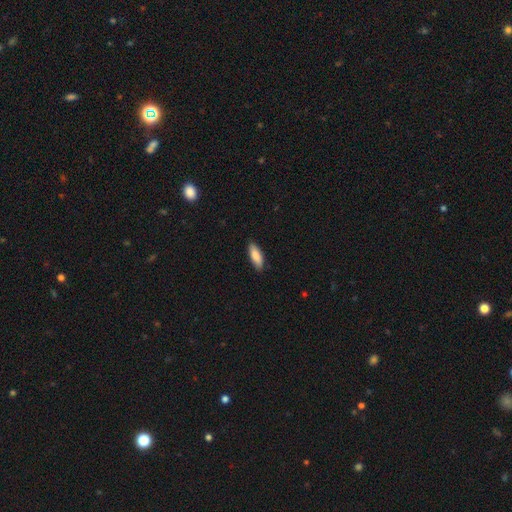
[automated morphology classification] Smooth or featured?
  - smooth: 86% *
  - featured or disk: 8%
  - star or artifact: 6%
How rounded?
  - in between: 68% *
  - cigar-shaped: 30%
  - round: 2%
Merging?
  - none: 85% *
  - minor disturbance: 12%
  - major disturbance: 2%
  - merger: 1%